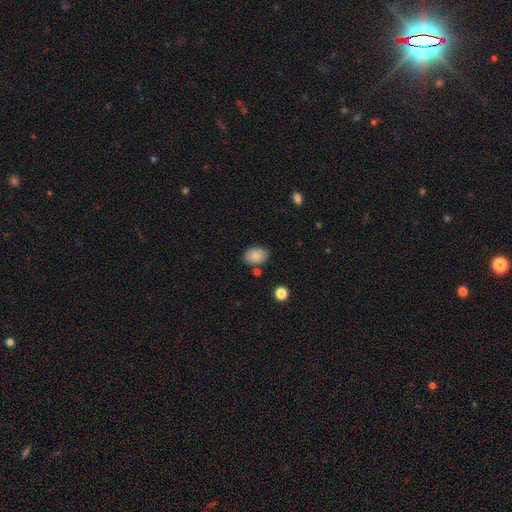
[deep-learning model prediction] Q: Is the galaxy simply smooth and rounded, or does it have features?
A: smooth — 84%.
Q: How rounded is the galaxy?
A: in between — 82%.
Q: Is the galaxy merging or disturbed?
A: none — 79%.